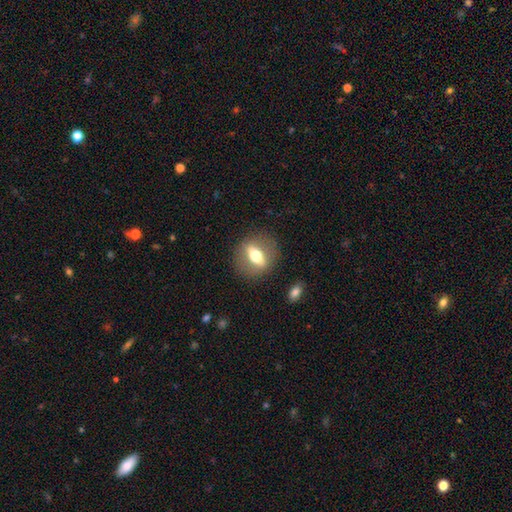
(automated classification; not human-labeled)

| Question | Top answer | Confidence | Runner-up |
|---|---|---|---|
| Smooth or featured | featured or disk | 49% | smooth (43%) |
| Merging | none | 85% | minor disturbance (9%) |